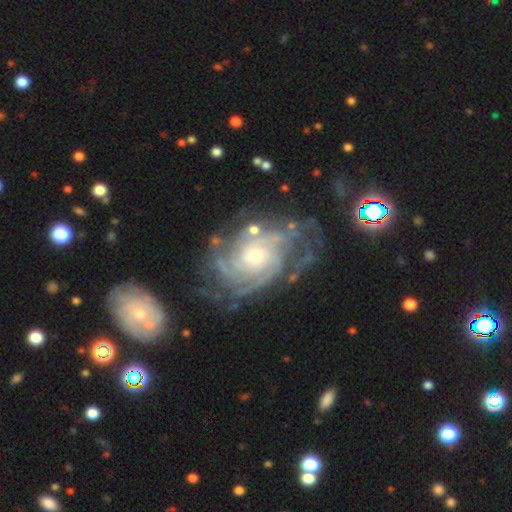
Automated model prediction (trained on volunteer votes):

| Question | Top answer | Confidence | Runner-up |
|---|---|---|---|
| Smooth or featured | featured or disk | 90% | star or artifact (5%) |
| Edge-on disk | no | 97% | yes (3%) |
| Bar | no | 75% | weak (19%) |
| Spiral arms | yes | 98% | no (2%) |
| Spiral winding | tight | 71% | medium (24%) |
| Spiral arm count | can't tell | 25% | 4 (24%) |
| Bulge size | small | 55% | moderate (39%) |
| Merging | none | 65% | minor disturbance (19%) |